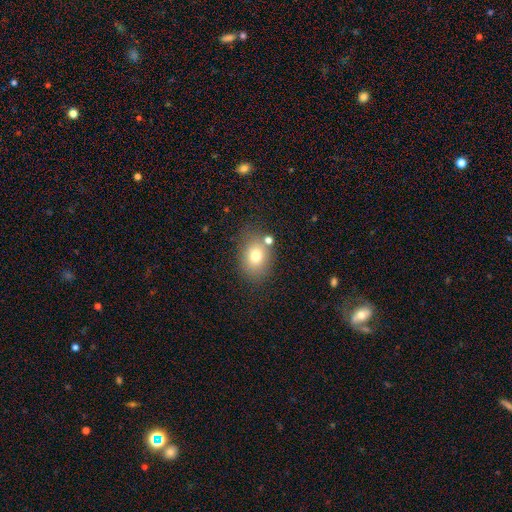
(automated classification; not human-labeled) Smooth or featured? Predicted: smooth (p=0.76). How rounded? Predicted: in between (p=0.65). Merging? Predicted: none (p=0.72).